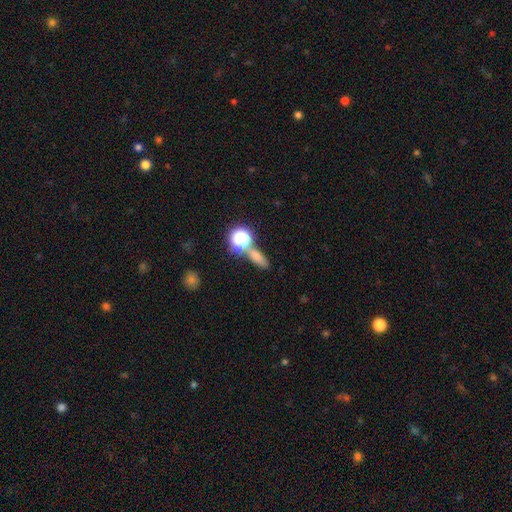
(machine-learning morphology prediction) A smooth galaxy with no disk features (64%) that is in between round and cigar-shaped (45%). Merging: none (62%).